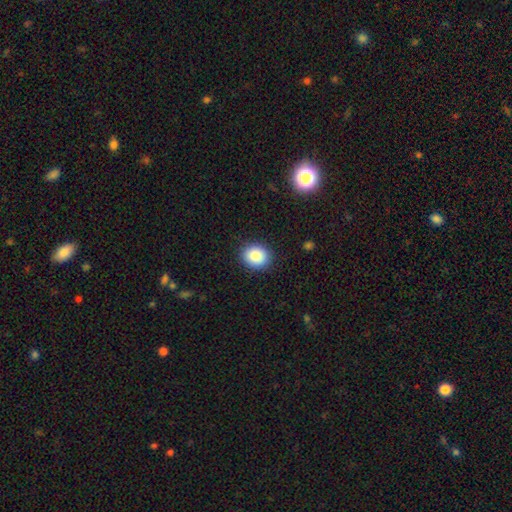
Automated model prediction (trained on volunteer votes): A smooth galaxy with no disk features (85%) that is round (64%). Merging: none (89%).